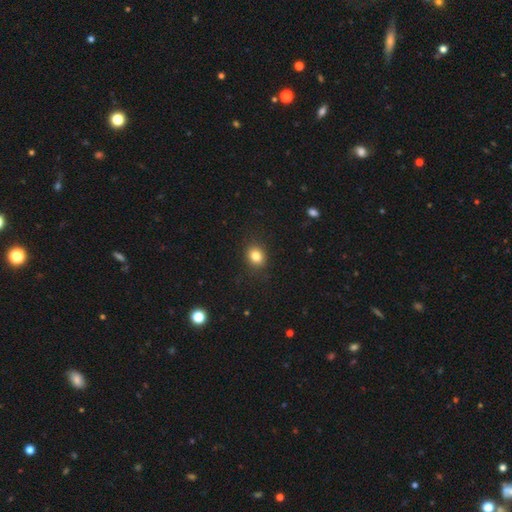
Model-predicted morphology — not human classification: type=smooth (83%); roundness=round (58%); merging=none (87%).